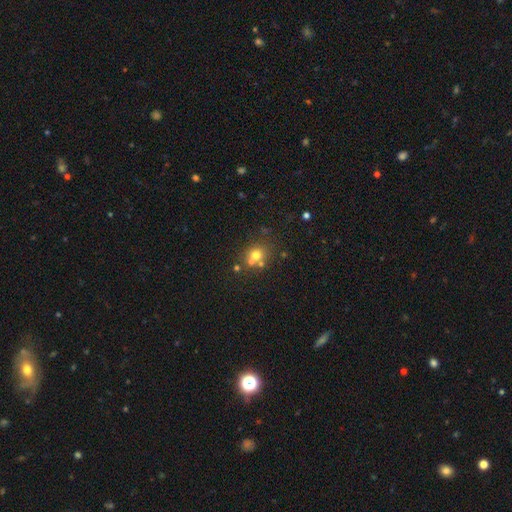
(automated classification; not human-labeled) smooth_or_featured: smooth (p=0.66) [alt: star or artifact p=0.18]
how_rounded: round (p=0.79) [alt: in between p=0.20]
merging: none (p=0.56) [alt: merger p=0.30]